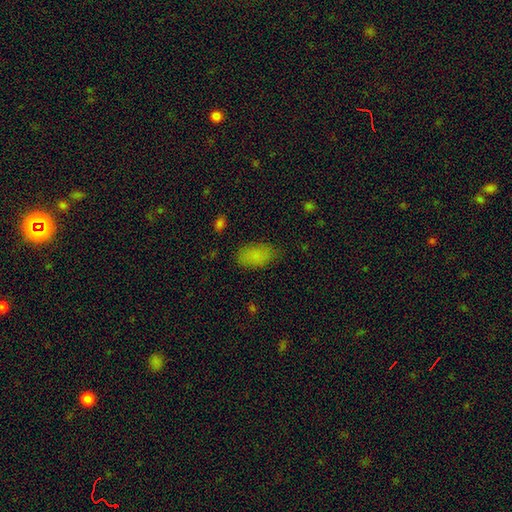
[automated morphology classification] type=smooth (84%); roundness=in between (94%); merging=none (77%).